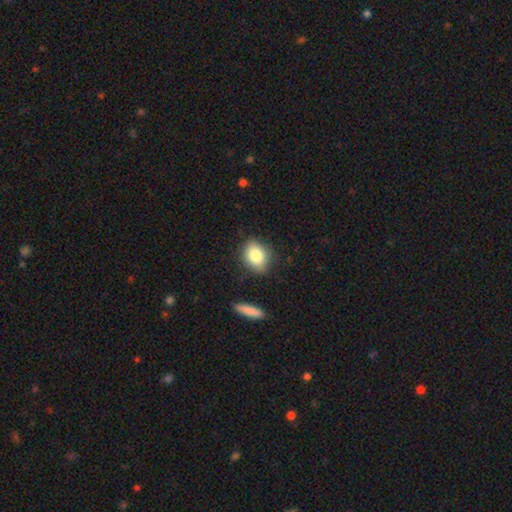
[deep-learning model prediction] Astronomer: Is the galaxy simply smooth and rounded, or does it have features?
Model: smooth — 81%.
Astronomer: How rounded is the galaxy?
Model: in between — 60% (runner-up: round, 38%).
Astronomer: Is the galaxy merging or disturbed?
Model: none — 82%.